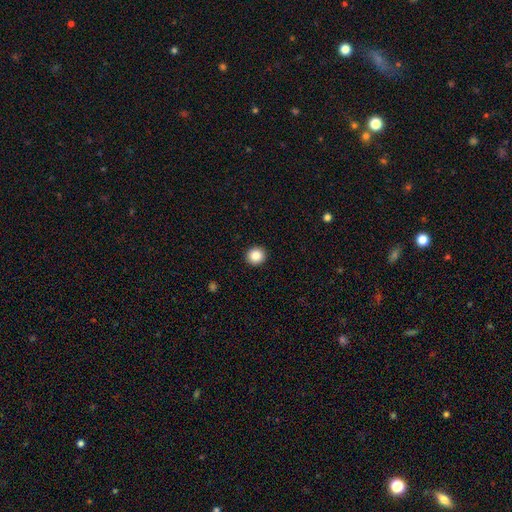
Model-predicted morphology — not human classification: smooth-or-featured: smooth: 87% | star or artifact: 10% | featured or disk: 4%
  how-rounded: round: 92% | in between: 7% | cigar-shaped: 1%
  merging: none: 93% | minor disturbance: 5% | major disturbance: 2% | merger: 1%